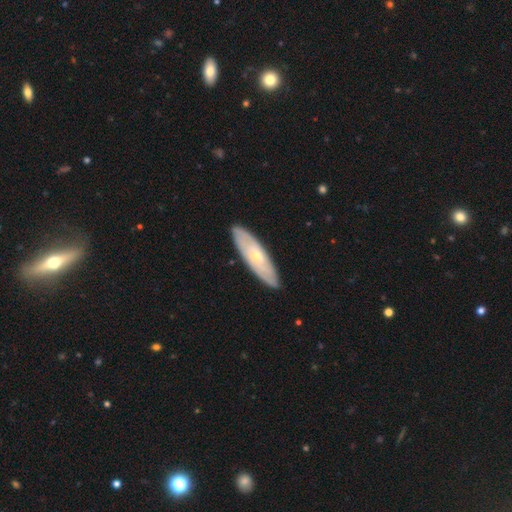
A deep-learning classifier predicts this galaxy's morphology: Smooth or featured? Predicted: featured or disk (p=0.54). Edge-on disk? Predicted: no (p=0.63). Merging? Predicted: none (p=0.87).